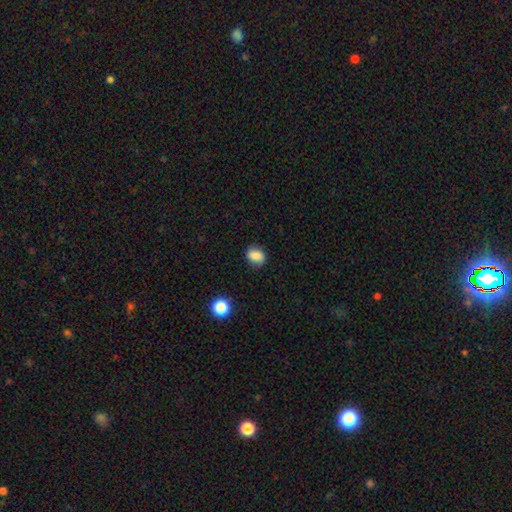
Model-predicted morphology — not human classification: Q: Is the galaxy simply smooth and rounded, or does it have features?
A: smooth — 83%.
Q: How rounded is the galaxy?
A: in between — 56%.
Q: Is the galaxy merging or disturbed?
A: none — 81%.